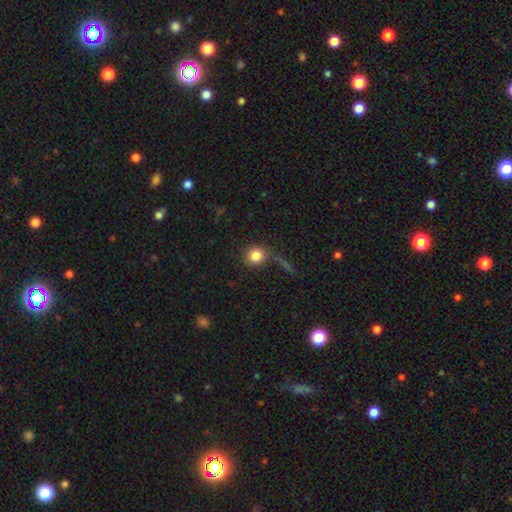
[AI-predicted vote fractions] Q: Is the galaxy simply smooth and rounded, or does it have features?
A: smooth — 83%.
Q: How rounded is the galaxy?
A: round — 90%.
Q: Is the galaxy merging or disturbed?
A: none — 73%.